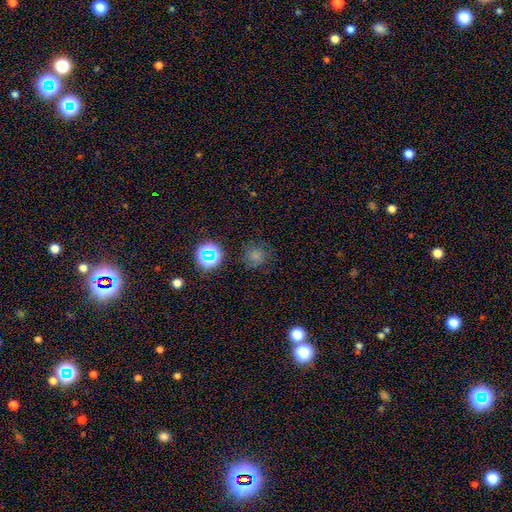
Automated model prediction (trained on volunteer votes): A smooth galaxy with no disk features (64%) that is round (86%).

Vote fractions:
- Smooth or featured? smooth: 64% / star or artifact: 27% / featured or disk: 9%
- How rounded? round: 86% / in between: 13% / cigar-shaped: 1%
- Merging? none: 74% / minor disturbance: 17% / major disturbance: 7% / merger: 2%